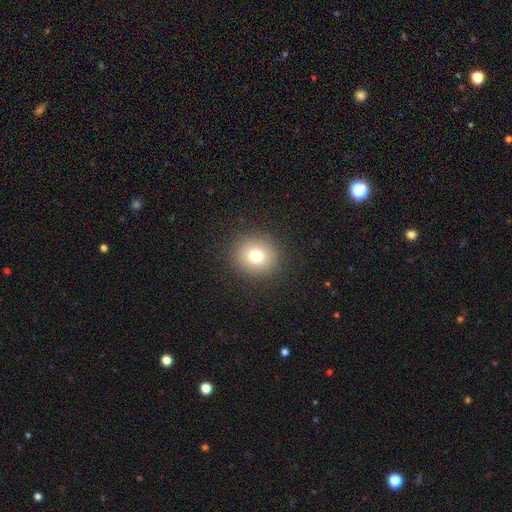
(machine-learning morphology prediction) smooth-or-featured: smooth: 75% | star or artifact: 14% | featured or disk: 11%
  how-rounded: round: 91% | in between: 8% | cigar-shaped: 1%
  merging: none: 90% | minor disturbance: 6% | major disturbance: 3% | merger: 1%